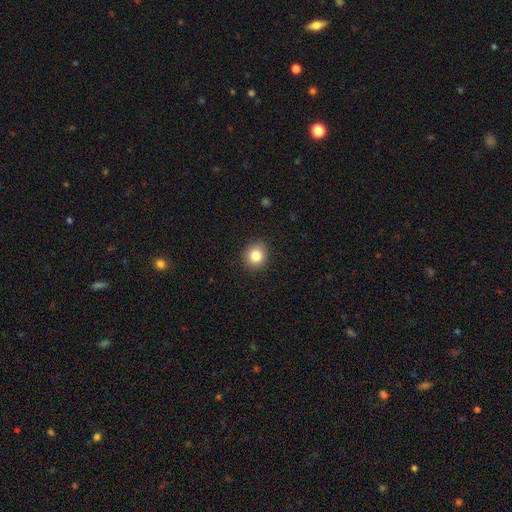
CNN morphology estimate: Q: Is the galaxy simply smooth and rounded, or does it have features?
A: smooth — 83%.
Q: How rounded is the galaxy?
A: round — 82%.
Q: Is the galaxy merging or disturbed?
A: none — 91%.